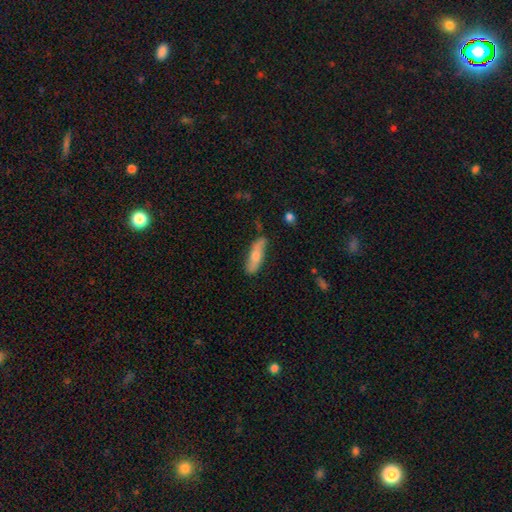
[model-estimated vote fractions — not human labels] Smooth or featured: smooth — 57% (featured or disk — 37%)
How rounded: cigar-shaped — 58% (in between — 39%)
Merging: none — 77% (minor disturbance — 17%)